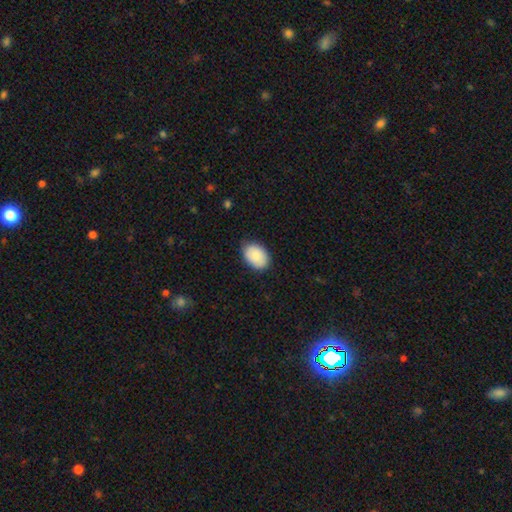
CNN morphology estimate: Overall: smooth (88%). How rounded: in between (85%). Merging: none (80%).